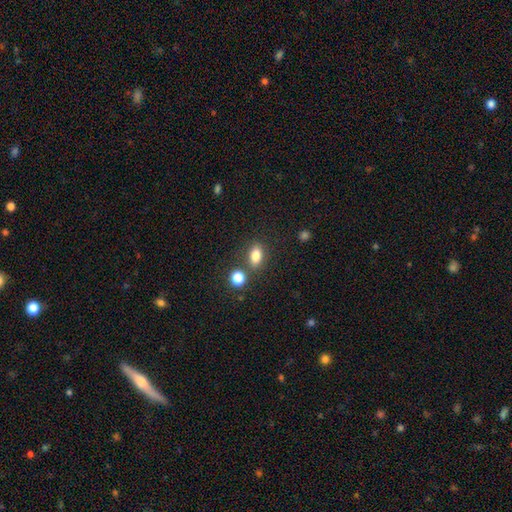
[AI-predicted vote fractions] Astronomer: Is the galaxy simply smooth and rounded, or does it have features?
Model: smooth — 82%.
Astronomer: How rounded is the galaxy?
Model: in between — 80%.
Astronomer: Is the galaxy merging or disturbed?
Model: none — 73%.